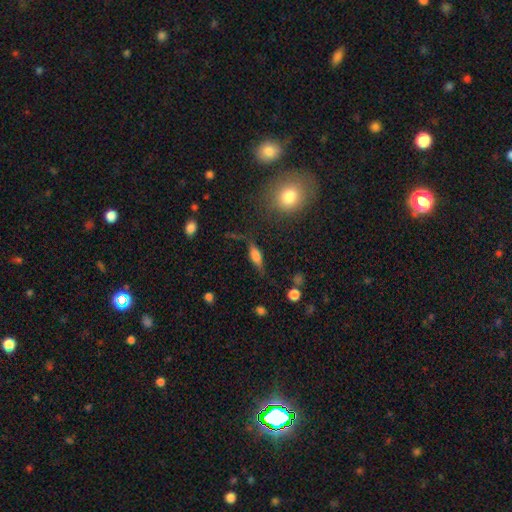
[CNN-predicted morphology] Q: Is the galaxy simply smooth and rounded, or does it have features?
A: smooth — 48%.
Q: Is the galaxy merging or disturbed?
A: none — 70%.